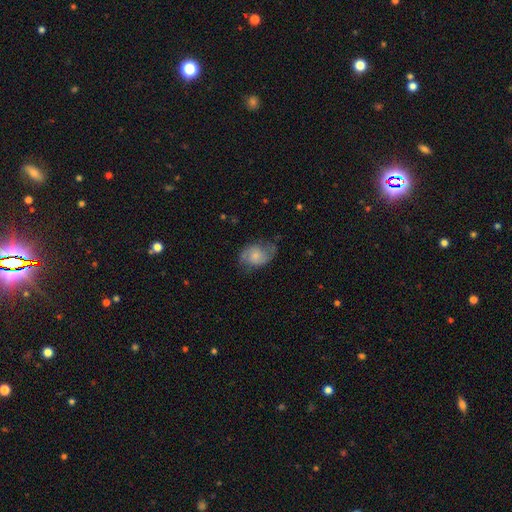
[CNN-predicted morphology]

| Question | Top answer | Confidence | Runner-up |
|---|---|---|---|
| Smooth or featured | featured or disk | 57% | smooth (35%) |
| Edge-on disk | no | 97% | yes (3%) |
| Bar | no | 69% | weak (27%) |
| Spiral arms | yes | 89% | no (11%) |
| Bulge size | small | 51% | moderate (32%) |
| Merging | none | 60% | minor disturbance (26%) |